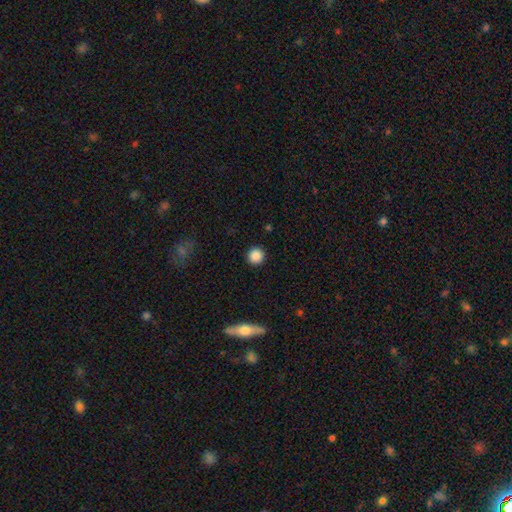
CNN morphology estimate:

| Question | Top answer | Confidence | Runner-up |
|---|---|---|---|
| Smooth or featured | smooth | 87% | star or artifact (9%) |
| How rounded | round | 95% | in between (4%) |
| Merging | none | 92% | minor disturbance (5%) |